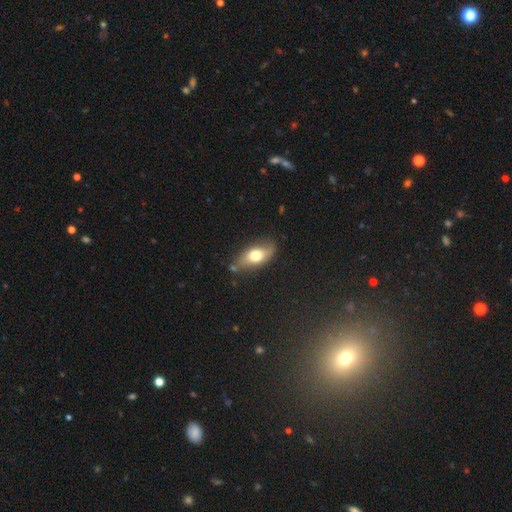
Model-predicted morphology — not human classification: Q: Smooth or featured?
A: smooth (65%); runner-up: featured or disk (27%)
Q: How rounded?
A: in between (84%); runner-up: cigar-shaped (10%)
Q: Merging?
A: none (72%); runner-up: minor disturbance (19%)